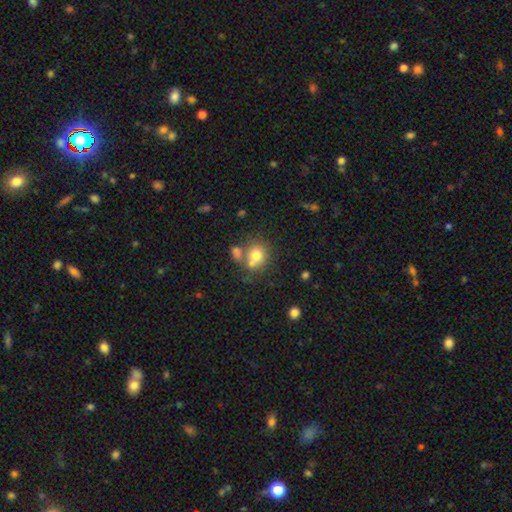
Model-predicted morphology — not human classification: The model was most divided on "merging": none: 49%, merger: 33%, minor disturbance: 12%, major disturbance: 6%. More confident: how rounded — round (75%); smooth or featured — smooth (73%).